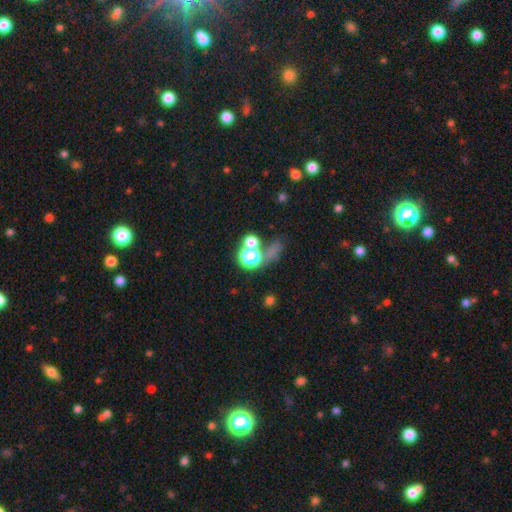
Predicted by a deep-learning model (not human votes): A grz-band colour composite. It shows a star or artifact, not a galaxy (63%).